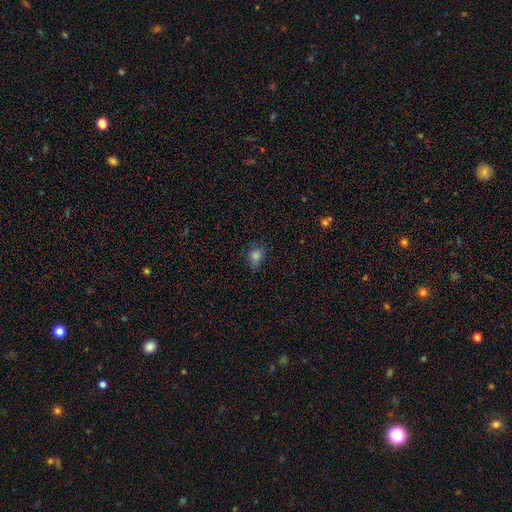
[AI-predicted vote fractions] This appears to be a smooth galaxy with no disk features (76%) that is round (51%). Merging: none (76%).